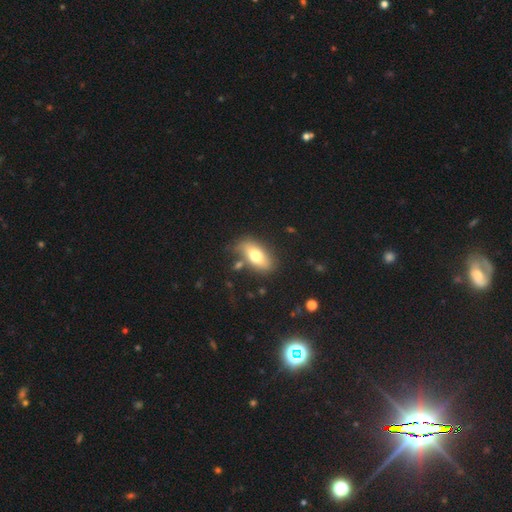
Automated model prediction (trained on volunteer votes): Overall: smooth (70%). How rounded: in between (88%). Merging: none (71%).